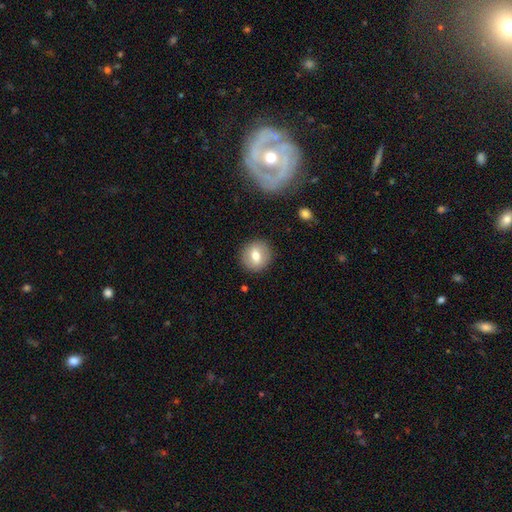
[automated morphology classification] A smooth galaxy with no disk features (68%) that is round (84%). Merging: none (88%).